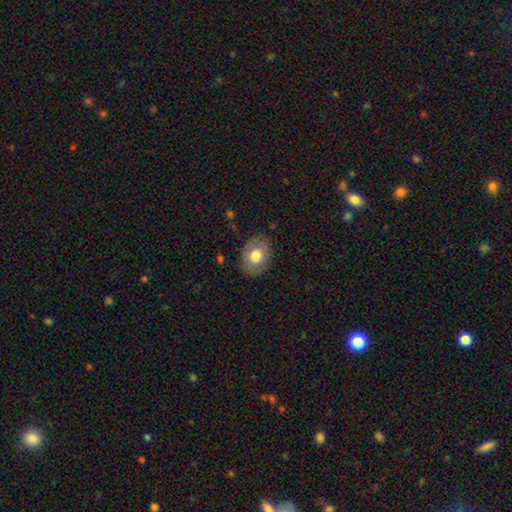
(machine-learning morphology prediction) Smooth or featured? smooth (75%)
How rounded? in between (66%)
Merging? none (84%)